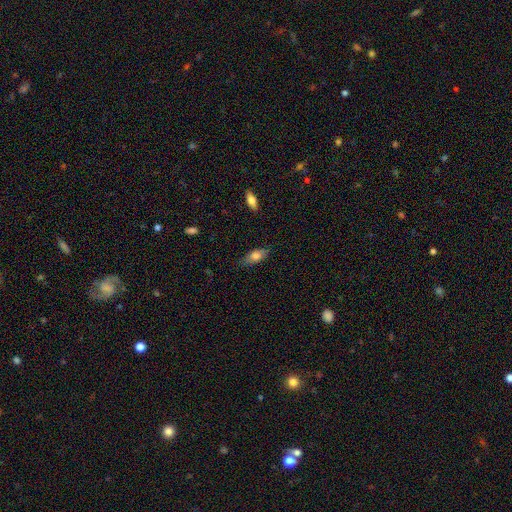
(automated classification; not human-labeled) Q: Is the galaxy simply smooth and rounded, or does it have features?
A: smooth — 70%.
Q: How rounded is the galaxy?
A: in between — 74%.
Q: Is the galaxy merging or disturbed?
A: none — 75%.